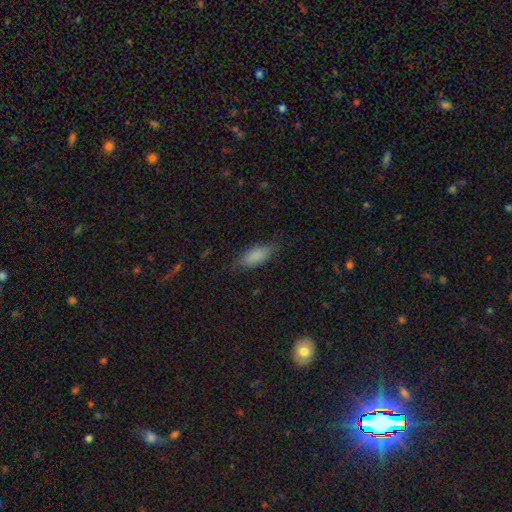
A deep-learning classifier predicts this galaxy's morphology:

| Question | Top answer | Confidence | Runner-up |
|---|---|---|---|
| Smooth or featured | smooth | 84% | featured or disk (9%) |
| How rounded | in between | 81% | cigar-shaped (17%) |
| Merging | none | 74% | minor disturbance (19%) |